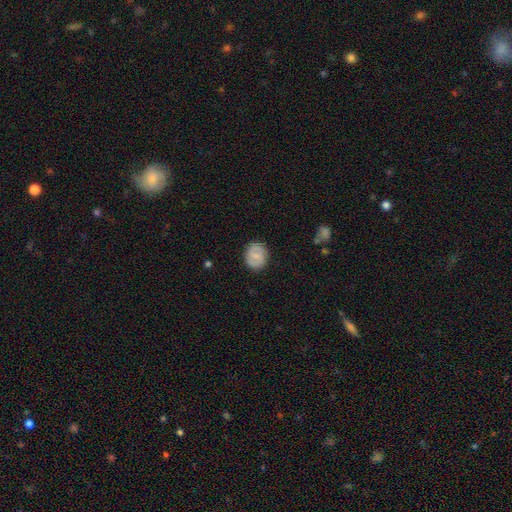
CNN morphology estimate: Smooth or featured?
  - smooth: 57% *
  - featured or disk: 35%
  - star or artifact: 7%
How rounded?
  - round: 72% *
  - in between: 27%
  - cigar-shaped: 1%
Merging?
  - none: 85% *
  - minor disturbance: 11%
  - major disturbance: 3%
  - merger: 1%